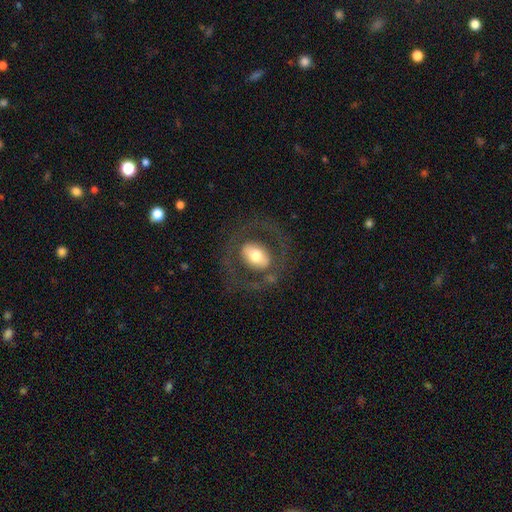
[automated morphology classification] Smooth or featured? featured or disk (50%)
Merging? none (73%)